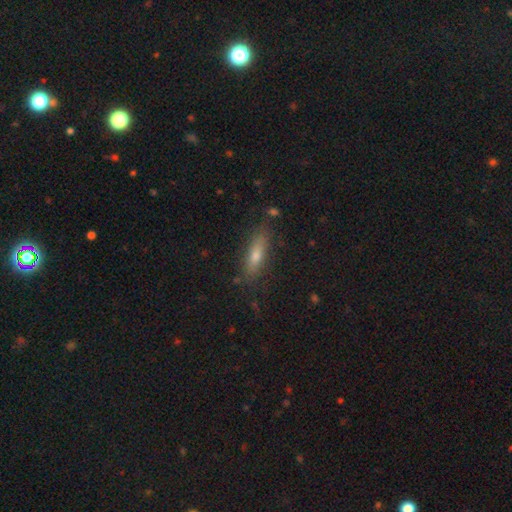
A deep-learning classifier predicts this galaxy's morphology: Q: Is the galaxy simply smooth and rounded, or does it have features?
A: smooth — 67%.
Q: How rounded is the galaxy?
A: cigar-shaped — 60%.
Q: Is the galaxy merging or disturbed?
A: none — 82%.